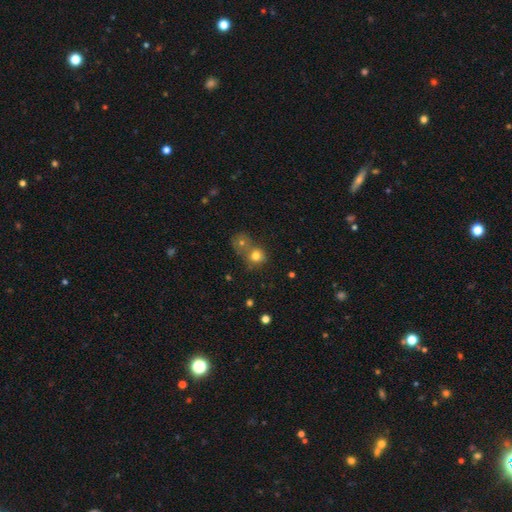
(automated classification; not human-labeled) The model was most divided on "merging": merger: 46%, none: 41%, minor disturbance: 8%, major disturbance: 4%. More confident: how rounded — round (80%); smooth or featured — smooth (76%).